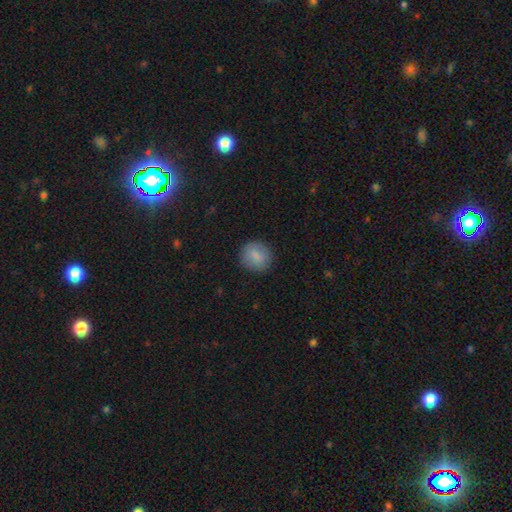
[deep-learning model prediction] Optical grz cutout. It shows a smooth galaxy with no disk features (83%) that is round (86%). Merging: none (86%).